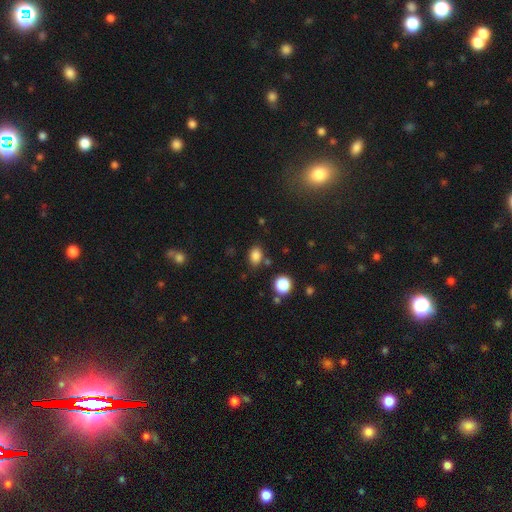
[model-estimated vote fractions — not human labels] A smooth galaxy with no disk features (83%) that is in between round and cigar-shaped (70%). Merging: none (77%).